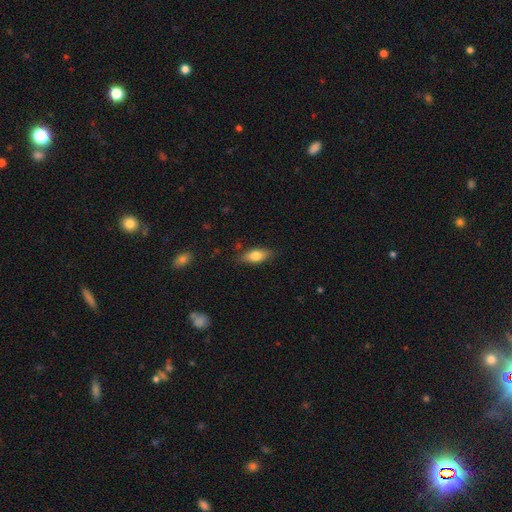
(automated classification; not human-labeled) Morphology: type=smooth (74%); roundness=in between (79%); merging=none (82%).